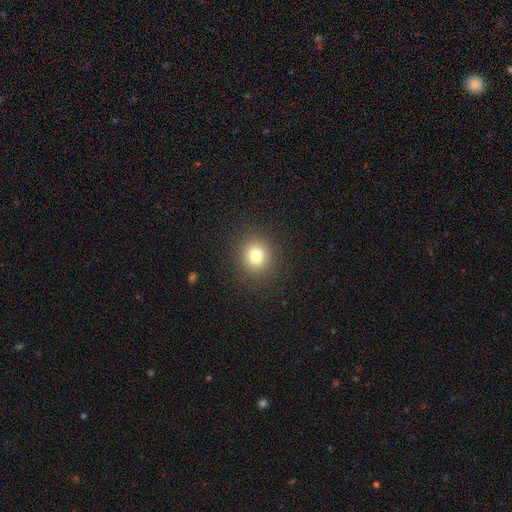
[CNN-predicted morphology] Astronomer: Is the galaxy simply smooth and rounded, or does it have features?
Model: smooth — 78%.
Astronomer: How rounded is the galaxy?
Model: round — 87%.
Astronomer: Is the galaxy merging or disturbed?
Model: none — 90%.